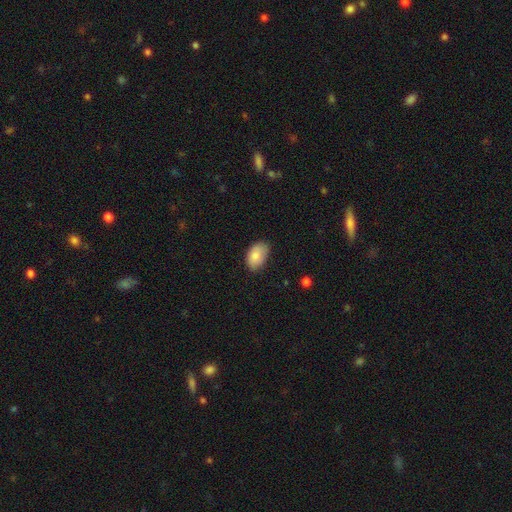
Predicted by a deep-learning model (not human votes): A smooth galaxy with no disk features (86%) that is in between round and cigar-shaped (92%). Merging: none (75%).